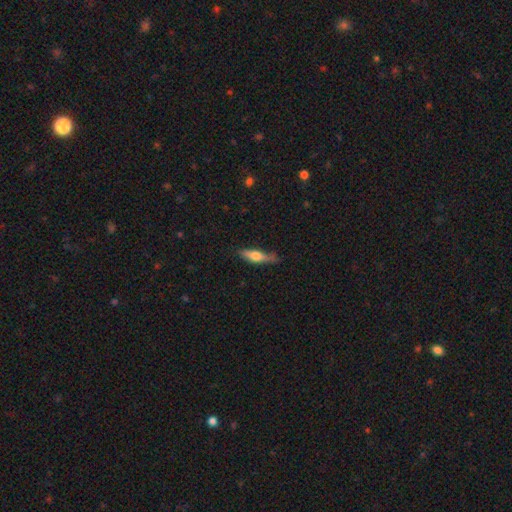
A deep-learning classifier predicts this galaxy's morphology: Smooth or featured?
  - smooth: 53% *
  - featured or disk: 41%
  - star or artifact: 6%
How rounded?
  - cigar-shaped: 69% *
  - in between: 29%
  - round: 2%
Merging?
  - none: 66% *
  - minor disturbance: 26%
  - major disturbance: 6%
  - merger: 2%